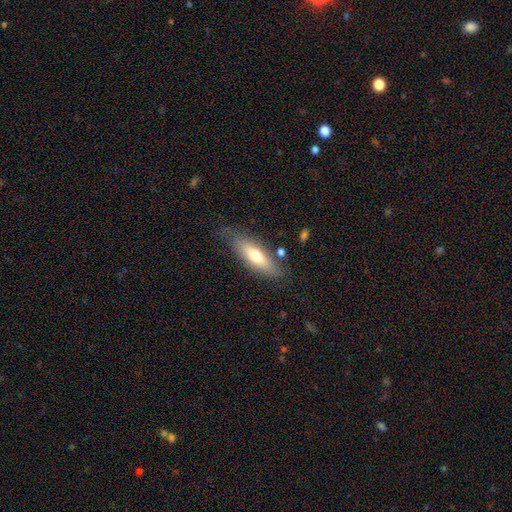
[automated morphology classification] smooth-or-featured: smooth: 63% | featured or disk: 31% | star or artifact: 6%
  how-rounded: in between: 51% | cigar-shaped: 47% | round: 2%
  merging: none: 71% | minor disturbance: 19% | major disturbance: 6% | merger: 4%